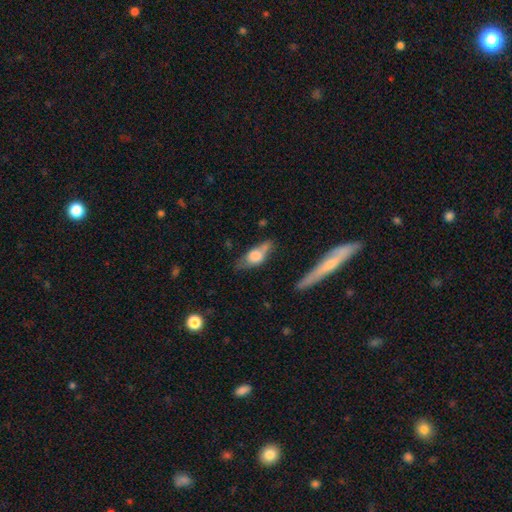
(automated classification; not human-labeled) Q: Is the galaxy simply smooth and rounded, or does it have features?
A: smooth — 63%.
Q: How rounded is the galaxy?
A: in between — 69%.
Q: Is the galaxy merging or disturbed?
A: none — 46%.